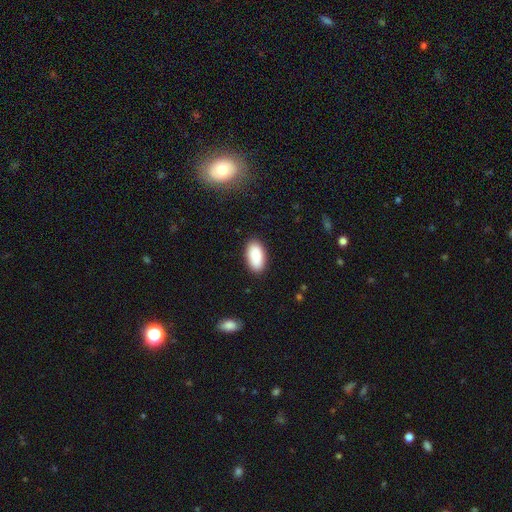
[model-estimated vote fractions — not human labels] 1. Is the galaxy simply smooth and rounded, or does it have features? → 88% smooth, 7% star or artifact, 5% featured or disk.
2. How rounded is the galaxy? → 95% in between, 3% round, 3% cigar-shaped.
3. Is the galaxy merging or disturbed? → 88% none, 9% minor disturbance, 2% major disturbance, 1% merger.